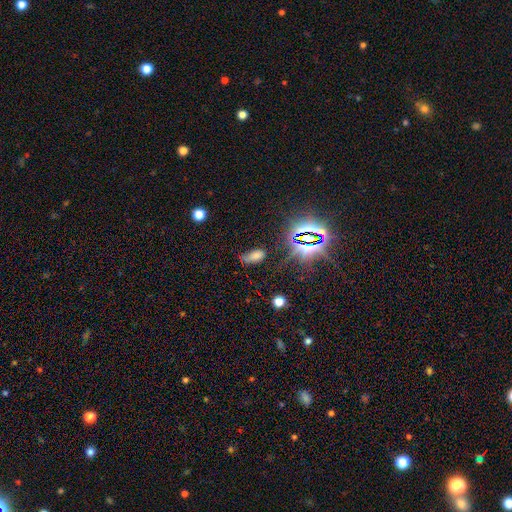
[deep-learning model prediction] smooth 60%, star or artifact 29%, featured or disk 11%. Down the decision tree: how rounded — in between (87%); merging — none (56%).